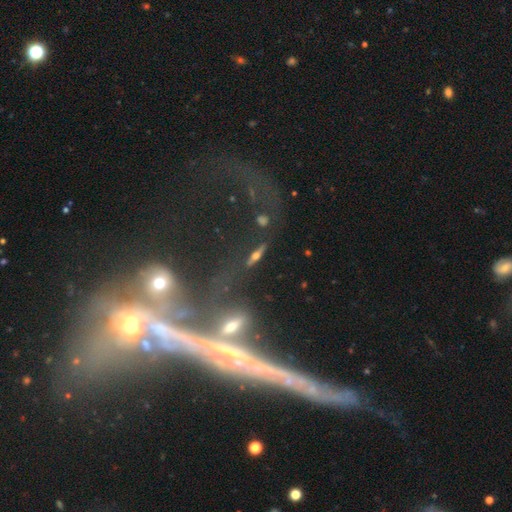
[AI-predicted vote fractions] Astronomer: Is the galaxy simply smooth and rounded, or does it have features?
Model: featured or disk — 56%.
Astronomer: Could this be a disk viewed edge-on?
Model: yes — 88%.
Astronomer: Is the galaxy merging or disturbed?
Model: none — 80%.